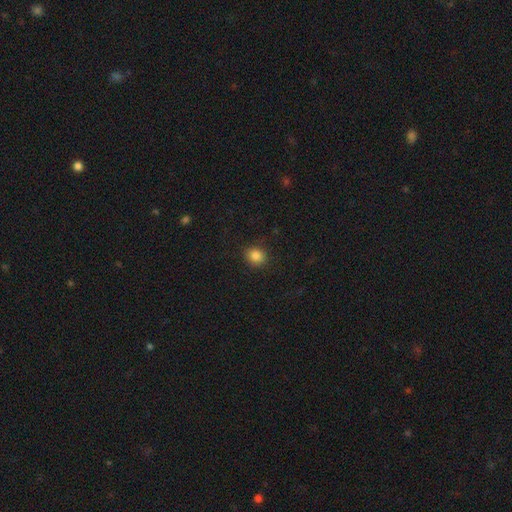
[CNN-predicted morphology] Smooth or featured?
  - smooth: 85% *
  - star or artifact: 11%
  - featured or disk: 4%
How rounded?
  - round: 76% *
  - in between: 23%
  - cigar-shaped: 1%
Merging?
  - none: 89% *
  - minor disturbance: 8%
  - major disturbance: 2%
  - merger: 1%